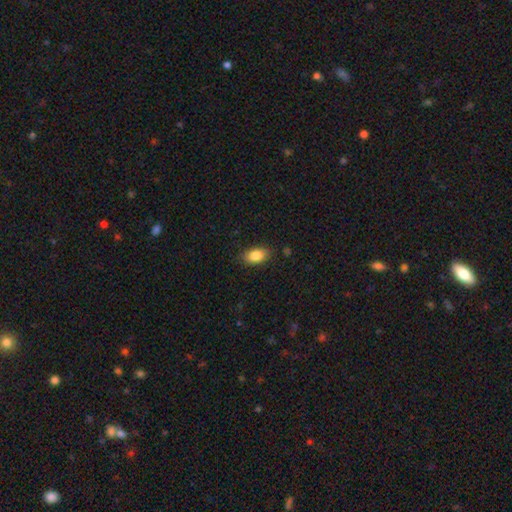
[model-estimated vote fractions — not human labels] This appears to be a smooth galaxy with no disk features (85%) that is in between round and cigar-shaped (90%). Merging: none (85%).